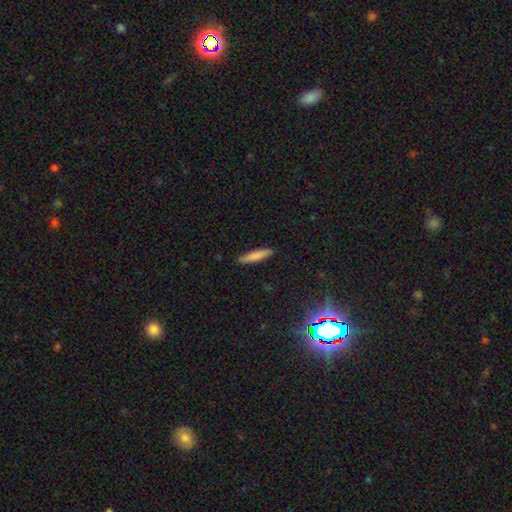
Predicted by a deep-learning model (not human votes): Smooth or featured?
  - smooth: 80% *
  - featured or disk: 13%
  - star or artifact: 7%
How rounded?
  - cigar-shaped: 86% *
  - in between: 13%
  - round: 1%
Merging?
  - none: 89% *
  - minor disturbance: 8%
  - major disturbance: 2%
  - merger: 1%